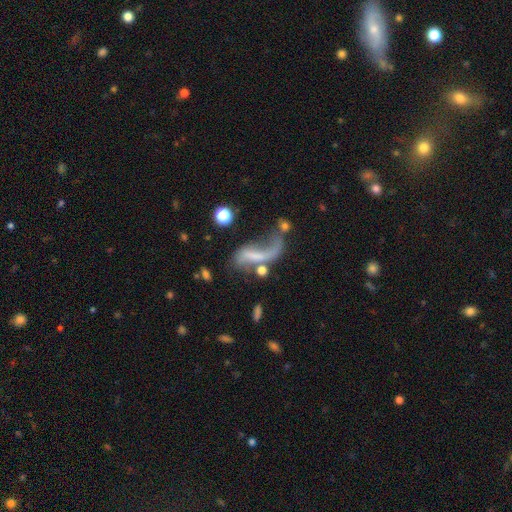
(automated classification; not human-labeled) Morphology: type=featured or disk (58%); edge-on=no (92%); bar=no (46%); spiral arms=yes (63%); bulge=none (55%); merging=major disturbance (39%).